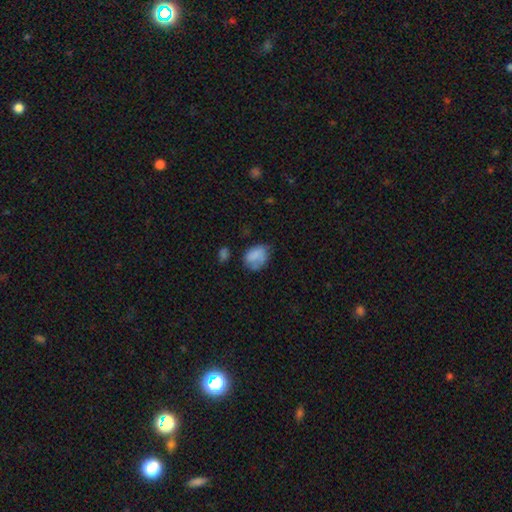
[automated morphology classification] This appears to be a smooth galaxy with no disk features (76%) that is in between round and cigar-shaped (66%). Merging: none (49%).